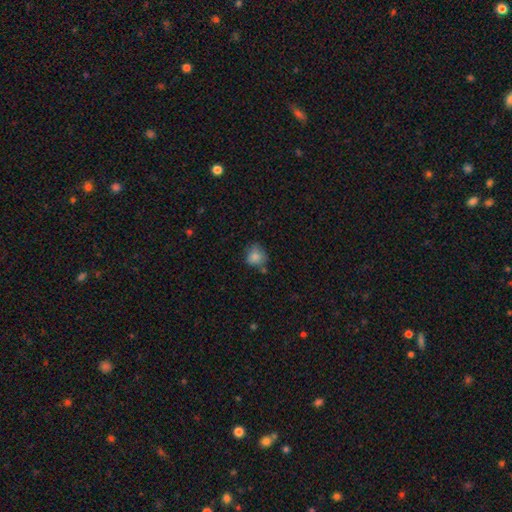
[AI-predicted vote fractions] Overall: smooth (80%). How rounded: round (77%). Merging: none (60%; minor disturbance 26%).